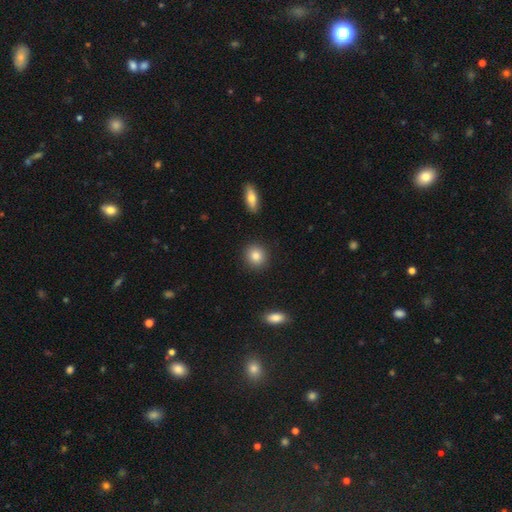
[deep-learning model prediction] Overall: smooth (85%). How rounded: round (83%). Merging: none (90%).